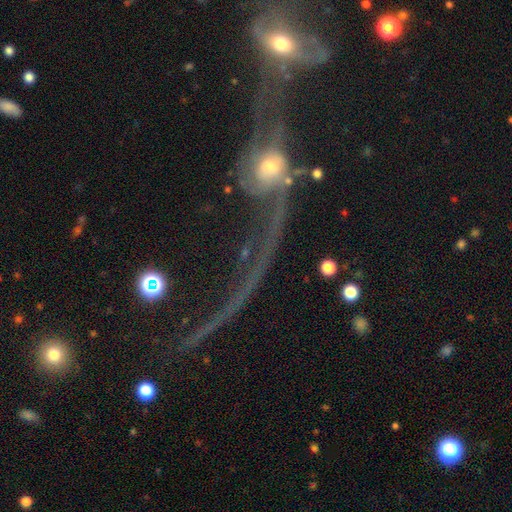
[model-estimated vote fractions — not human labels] This is likely a featured or disk galaxy (67%). It is clearly not viewed edge-on (88%). Bar: likely no (66%). Spiral arm pattern: likely yes (68%). Central bulge: possibly moderate (45%). Merging: likely merger (60%).